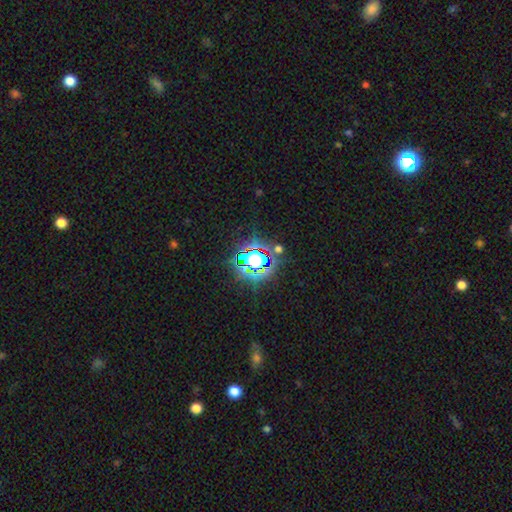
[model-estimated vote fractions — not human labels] Smooth or featured: star or artifact — 75% (smooth — 16%)